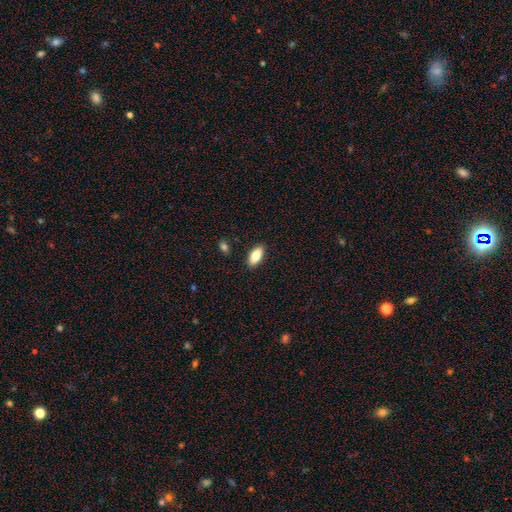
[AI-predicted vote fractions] Q: Smooth or featured?
A: smooth (81%); runner-up: featured or disk (12%)
Q: How rounded?
A: in between (86%); runner-up: cigar-shaped (12%)
Q: Merging?
A: none (89%); runner-up: minor disturbance (8%)